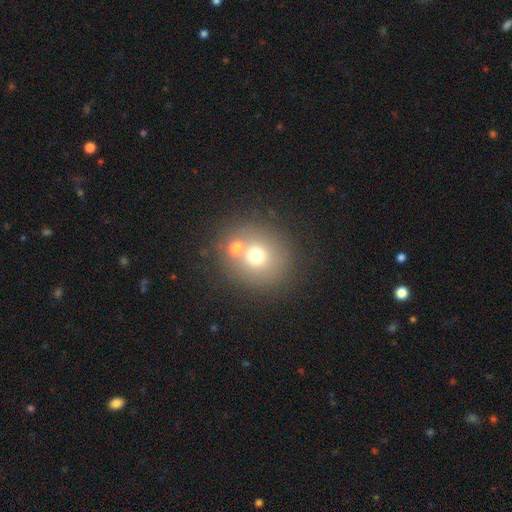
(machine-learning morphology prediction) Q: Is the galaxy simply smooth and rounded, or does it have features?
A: smooth — 67%.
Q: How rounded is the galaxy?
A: round — 87%.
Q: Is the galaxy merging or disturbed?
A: none — 63%.